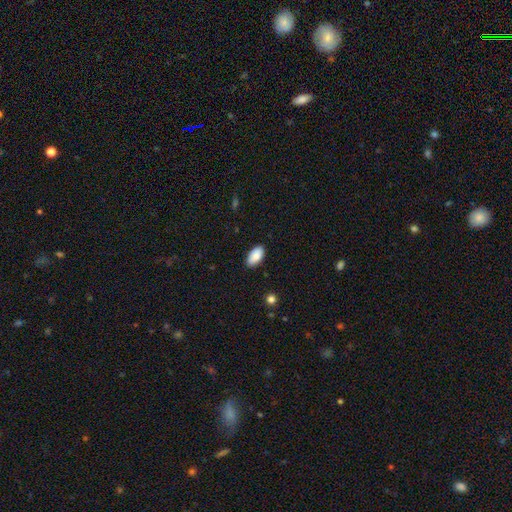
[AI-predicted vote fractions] Morphology: type=smooth (89%); roundness=in between (95%); merging=none (86%).